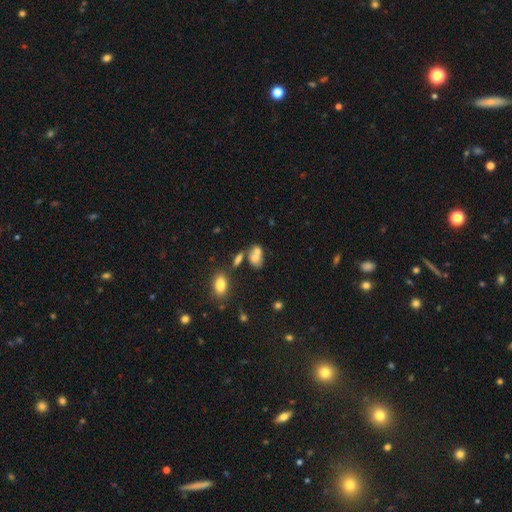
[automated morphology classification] Smooth or featured? Predicted: smooth (p=0.68). How rounded? Predicted: in between (p=0.75). Merging? Predicted: merger (p=0.52).